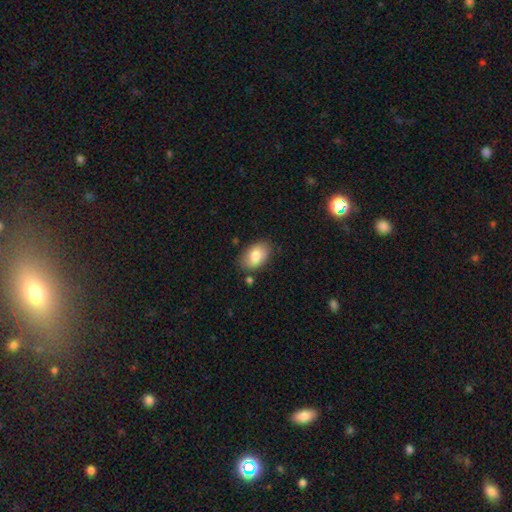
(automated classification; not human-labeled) Smooth or featured?
  - smooth: 81% *
  - featured or disk: 12%
  - star or artifact: 7%
How rounded?
  - in between: 90% *
  - round: 9%
  - cigar-shaped: 1%
Merging?
  - none: 79% *
  - minor disturbance: 15%
  - merger: 3%
  - major disturbance: 3%